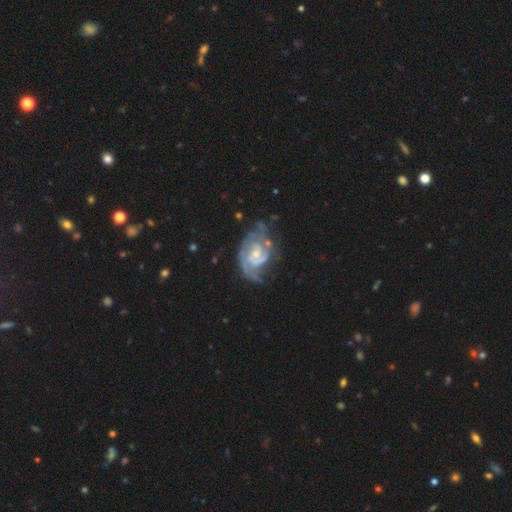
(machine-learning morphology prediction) This appears to be a featured or disk galaxy (89%) with no bar (52%), 2 (58%) tight (49%) spiral arms (96%) and a small central bulge (58%). Merging: none (52%).